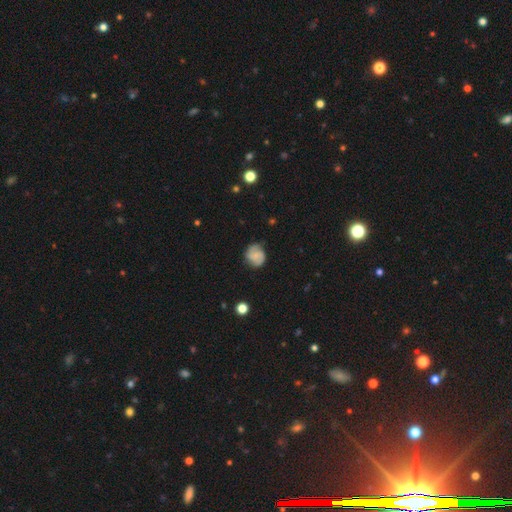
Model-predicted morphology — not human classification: This is possibly a smooth galaxy (49%). Merging: likely none (74%).